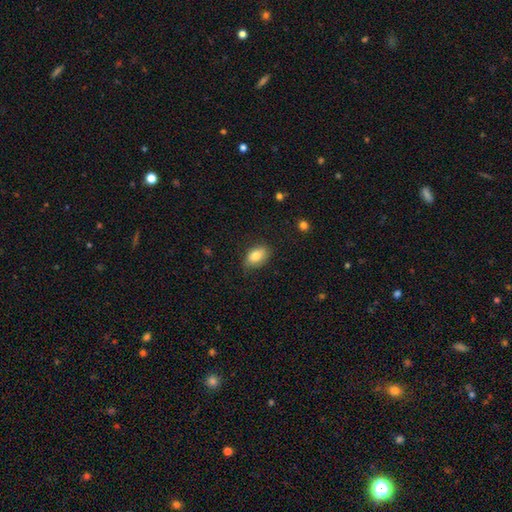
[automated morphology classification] smooth-or-featured: smooth: 82% | featured or disk: 10% | star or artifact: 8%
  how-rounded: in between: 88% | round: 10% | cigar-shaped: 2%
  merging: none: 71% | minor disturbance: 23% | major disturbance: 5% | merger: 1%